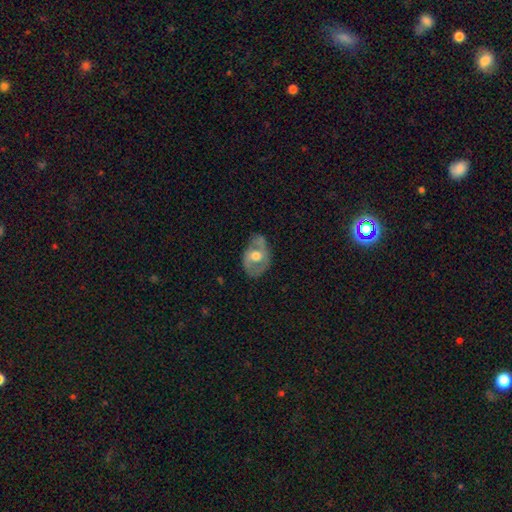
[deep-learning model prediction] Smooth or featured? featured or disk (58%)
Edge-on disk? no (93%)
Bar? no (63%)
Spiral arms? no (58%)
Bulge size? moderate (68%)
Merging? none (57%)